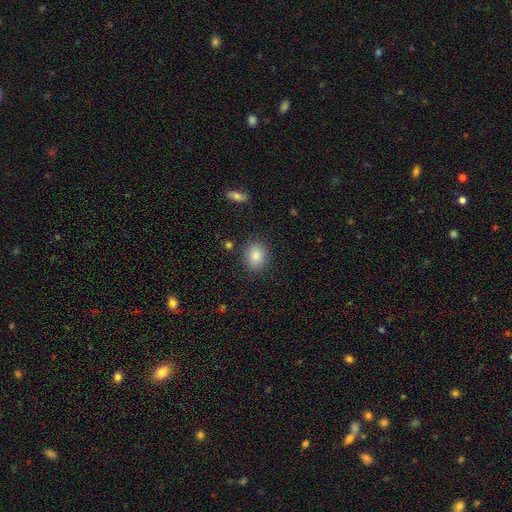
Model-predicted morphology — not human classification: type=smooth (85%); roundness=in between (51%); merging=none (85%).